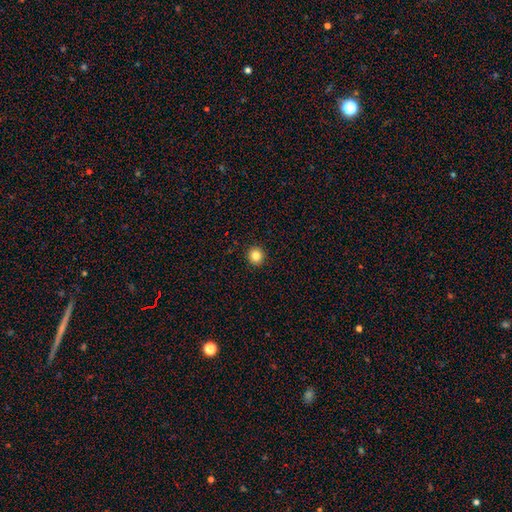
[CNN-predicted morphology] This appears to be a smooth galaxy with no disk features (84%) that is round (93%). Merging: none (93%).